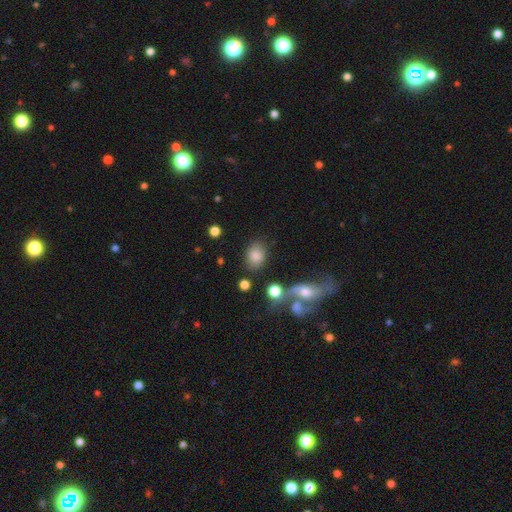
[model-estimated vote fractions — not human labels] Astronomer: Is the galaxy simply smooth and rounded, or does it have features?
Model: smooth — 81%.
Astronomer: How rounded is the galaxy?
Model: in between — 71%.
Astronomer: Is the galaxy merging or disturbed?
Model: none — 72%.